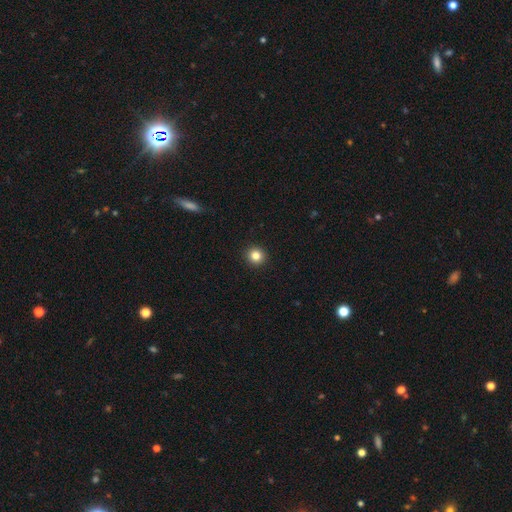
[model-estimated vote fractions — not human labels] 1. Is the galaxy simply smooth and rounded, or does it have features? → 83% smooth, 11% star or artifact, 5% featured or disk.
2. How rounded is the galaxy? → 94% round, 5% in between, 1% cigar-shaped.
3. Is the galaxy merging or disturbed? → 94% none, 4% minor disturbance, 1% major disturbance, 1% merger.